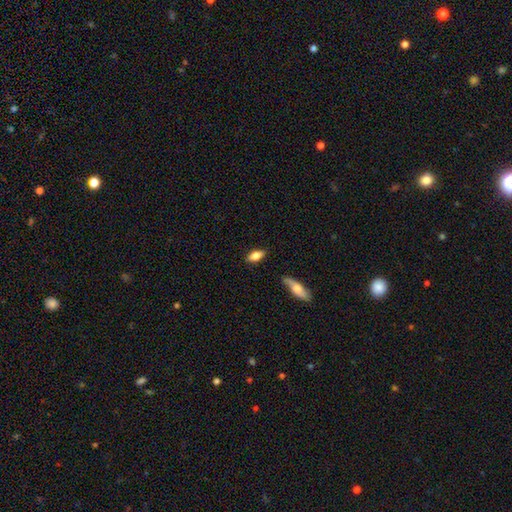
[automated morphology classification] This is likely a smooth galaxy (76%). How rounded: clearly in between (82%). Merging: clearly none (82%).